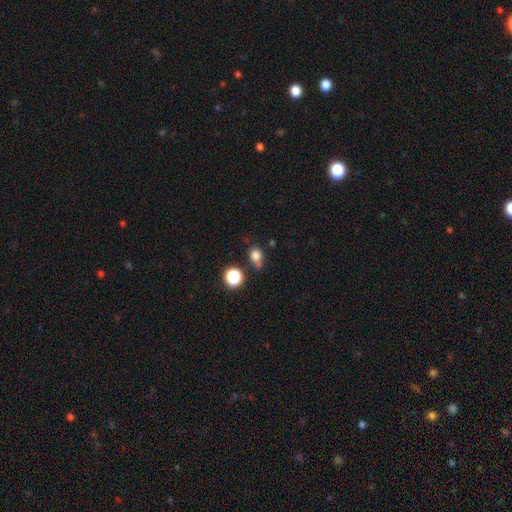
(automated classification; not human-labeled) smooth_or_featured: smooth (p=0.78) [alt: star or artifact p=0.15]
how_rounded: round (p=0.55) [alt: in between p=0.44]
merging: none (p=0.60) [alt: minor disturbance p=0.23]